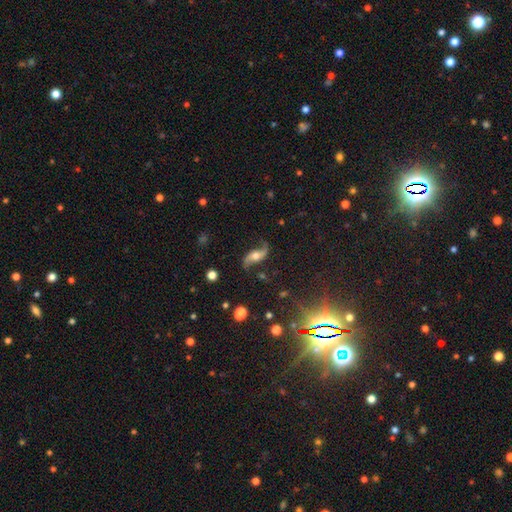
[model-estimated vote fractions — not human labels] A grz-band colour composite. It shows a featured or disk galaxy (85%) with no bar (63%), 2 (94%) loose (88%) spiral arms (96%) and a moderate central bulge (61%). Merging: none (78%).